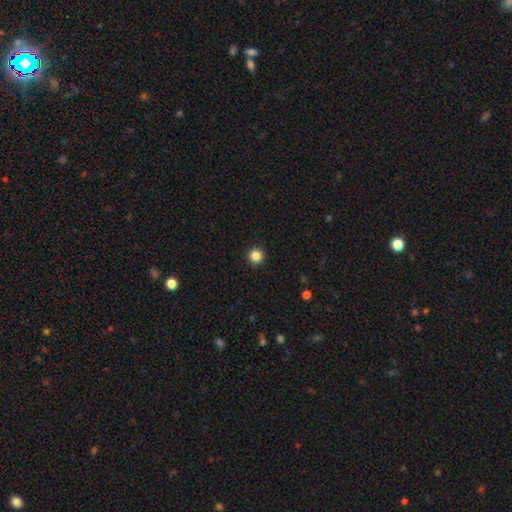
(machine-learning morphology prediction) Q: Smooth or featured?
A: smooth (85%); runner-up: star or artifact (12%)
Q: How rounded?
A: round (96%); runner-up: in between (3%)
Q: Merging?
A: none (93%); runner-up: minor disturbance (4%)